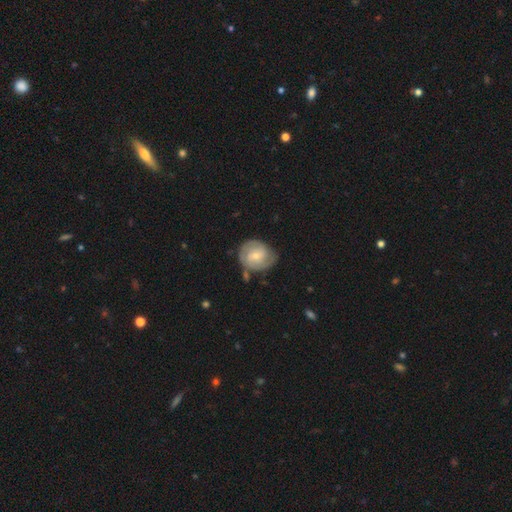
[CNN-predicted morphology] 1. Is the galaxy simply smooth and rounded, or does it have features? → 63% featured or disk, 31% smooth, 6% star or artifact.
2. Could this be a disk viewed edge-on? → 97% no, 3% yes.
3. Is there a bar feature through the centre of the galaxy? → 58% no, 36% weak, 6% strong.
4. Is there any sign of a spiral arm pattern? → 86% yes, 14% no.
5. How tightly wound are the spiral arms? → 54% tight, 35% medium, 11% loose.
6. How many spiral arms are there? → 51% 2, 26% can't tell, 13% 3, 4% 1, 3% 4, 2% more than 4.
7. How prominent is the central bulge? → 61% small, 34% moderate, 2% none, 2% large, 1% dominant.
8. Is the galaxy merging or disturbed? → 61% none, 23% minor disturbance, 8% merger, 8% major disturbance.